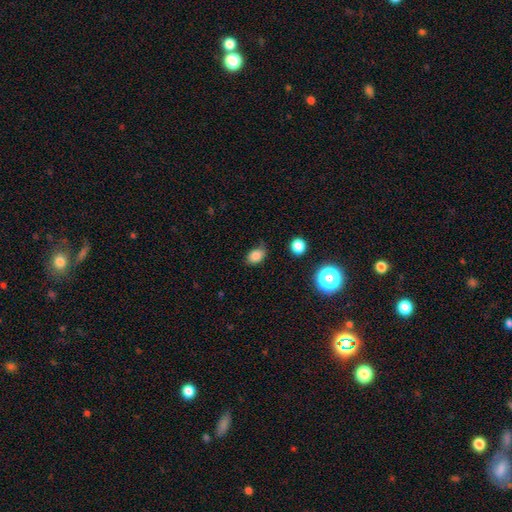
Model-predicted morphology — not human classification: Smooth or featured?
  - smooth: 83% *
  - star or artifact: 12%
  - featured or disk: 5%
How rounded?
  - in between: 74% *
  - round: 25%
  - cigar-shaped: 1%
Merging?
  - none: 72% *
  - minor disturbance: 21%
  - major disturbance: 4%
  - merger: 2%